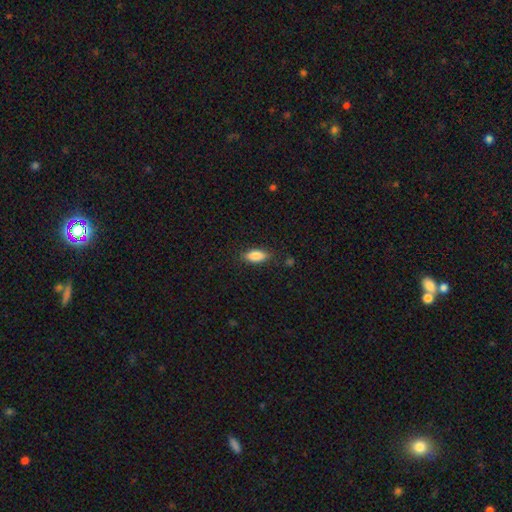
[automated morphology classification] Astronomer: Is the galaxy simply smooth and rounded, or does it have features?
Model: smooth — 85%.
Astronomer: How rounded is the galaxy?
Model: in between — 84%.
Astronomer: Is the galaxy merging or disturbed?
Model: none — 82%.